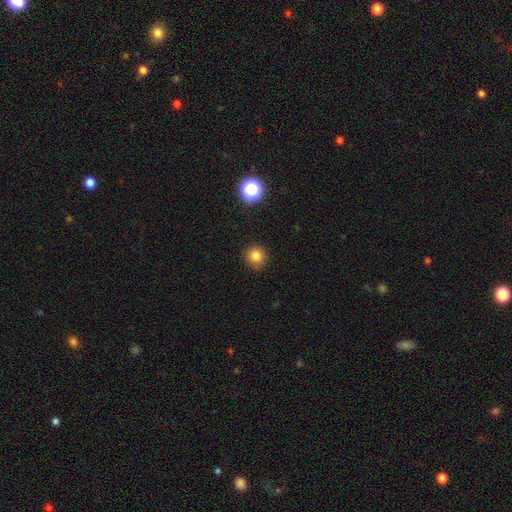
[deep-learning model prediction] This appears to be a smooth galaxy with no disk features (81%) that is round (93%). Merging: none (91%).